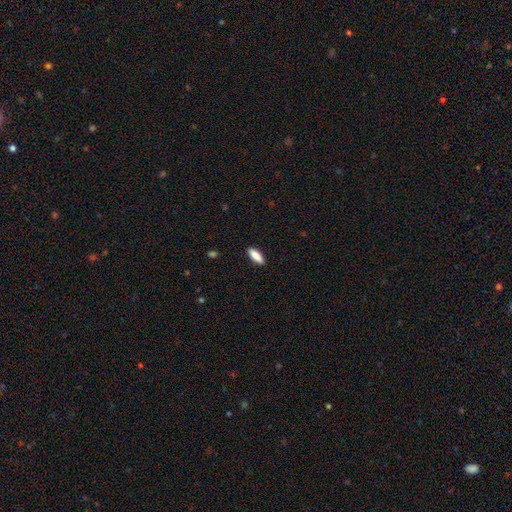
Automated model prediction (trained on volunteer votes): smooth-or-featured: smooth: 88% | featured or disk: 6% | star or artifact: 6%
  how-rounded: in between: 68% | cigar-shaped: 31% | round: 2%
  merging: none: 90% | minor disturbance: 8% | major disturbance: 2% | merger: 1%